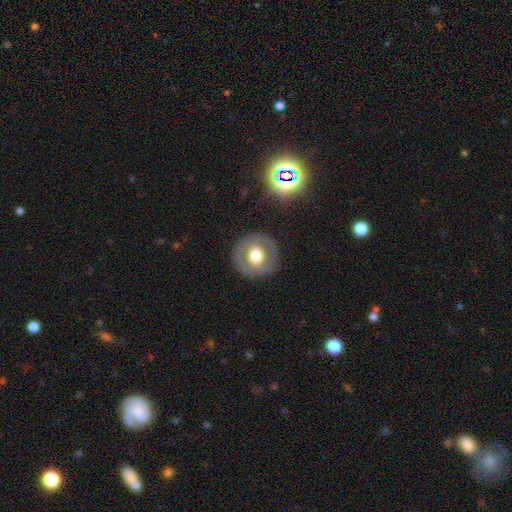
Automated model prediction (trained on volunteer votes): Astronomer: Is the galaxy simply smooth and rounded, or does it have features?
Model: smooth — 49% (runner-up: featured or disk, 43%).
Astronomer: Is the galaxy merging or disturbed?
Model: none — 84%.